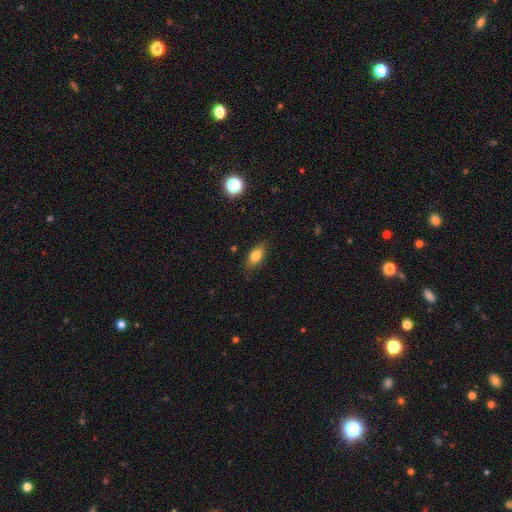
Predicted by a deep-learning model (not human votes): Smooth or featured?
  - smooth: 78% *
  - featured or disk: 13%
  - star or artifact: 9%
How rounded?
  - in between: 83% *
  - cigar-shaped: 9%
  - round: 8%
Merging?
  - none: 84% *
  - minor disturbance: 12%
  - major disturbance: 3%
  - merger: 1%